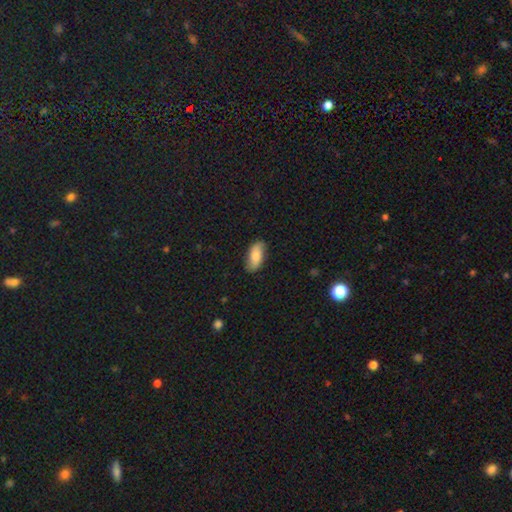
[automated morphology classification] smooth-or-featured: smooth: 75% | featured or disk: 19% | star or artifact: 6%
  how-rounded: in between: 89% | cigar-shaped: 9% | round: 3%
  merging: none: 82% | minor disturbance: 14% | major disturbance: 3% | merger: 1%